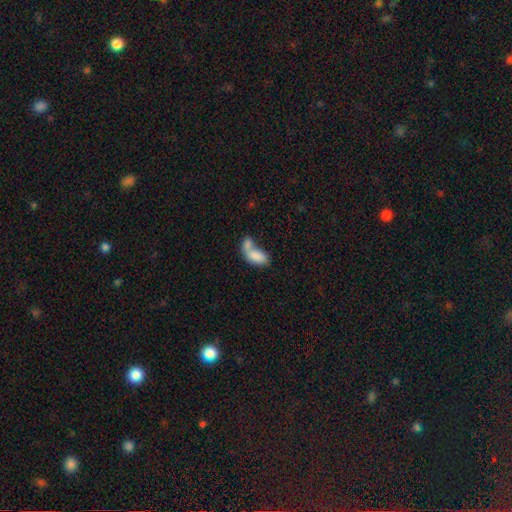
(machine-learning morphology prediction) This is likely a smooth galaxy (78%). How rounded: clearly in between (91%). Merging: likely merger (65%).